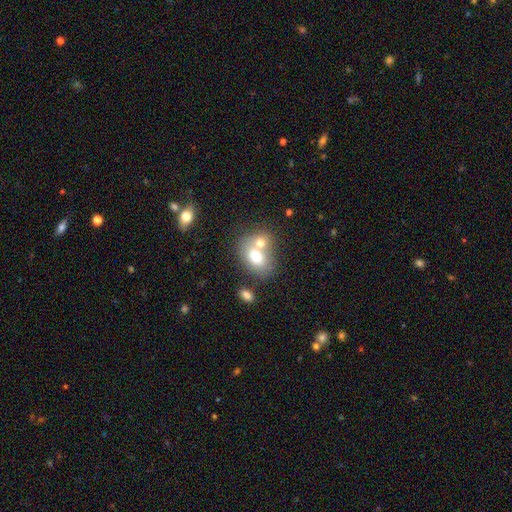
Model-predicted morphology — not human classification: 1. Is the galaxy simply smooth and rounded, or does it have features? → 72% smooth, 20% featured or disk, 9% star or artifact.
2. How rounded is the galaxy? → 74% in between, 25% round, 1% cigar-shaped.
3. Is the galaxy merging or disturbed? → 53% merger, 33% none, 10% minor disturbance, 4% major disturbance.